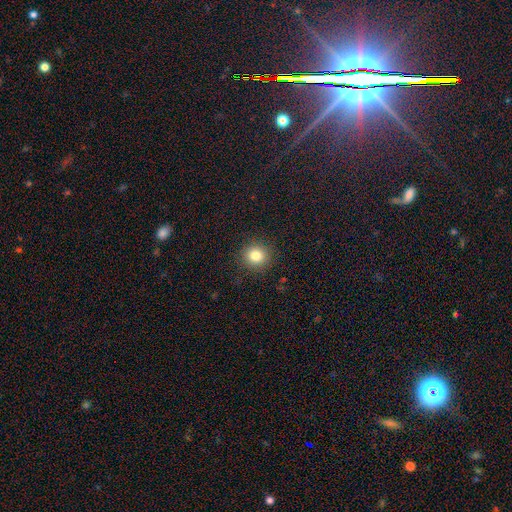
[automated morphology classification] smooth-or-featured: smooth: 81% | star or artifact: 12% | featured or disk: 7%
  how-rounded: round: 91% | in between: 8% | cigar-shaped: 1%
  merging: none: 90% | minor disturbance: 6% | major disturbance: 2% | merger: 1%